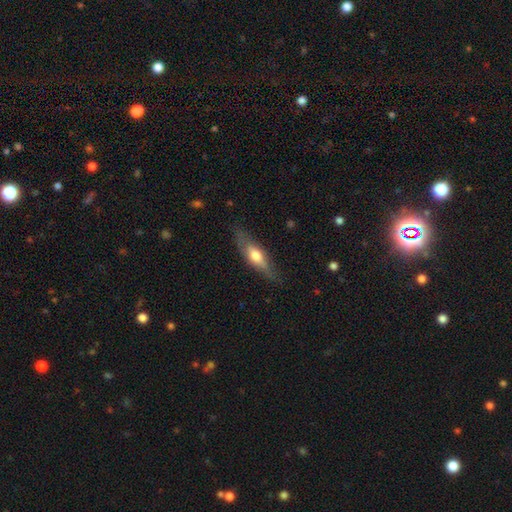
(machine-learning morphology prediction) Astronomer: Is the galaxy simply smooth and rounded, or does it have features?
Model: smooth — 51% (runner-up: featured or disk, 44%).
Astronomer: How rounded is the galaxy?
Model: cigar-shaped — 52% (runner-up: in between, 45%).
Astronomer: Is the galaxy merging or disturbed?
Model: none — 78%.